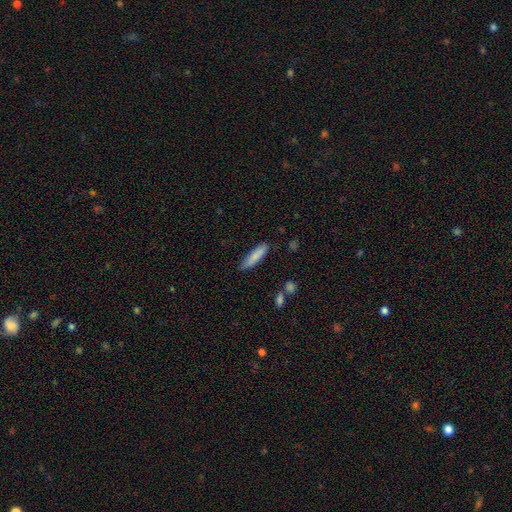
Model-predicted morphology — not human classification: Smooth or featured?
  - smooth: 82% *
  - featured or disk: 12%
  - star or artifact: 6%
How rounded?
  - cigar-shaped: 76% *
  - in between: 22%
  - round: 1%
Merging?
  - none: 80% *
  - minor disturbance: 15%
  - major disturbance: 3%
  - merger: 2%